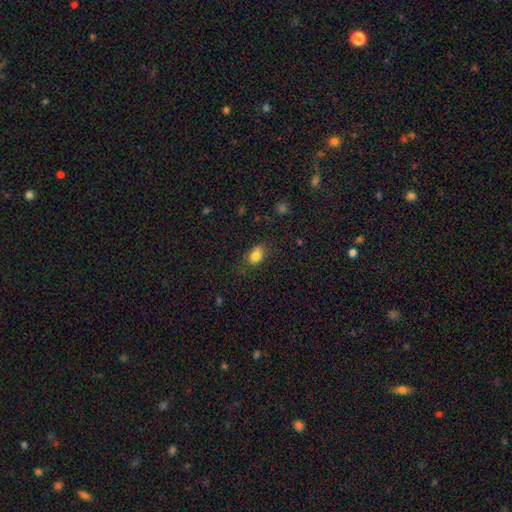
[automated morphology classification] Smooth or featured? smooth (83%)
How rounded? in between (72%)
Merging? none (74%)